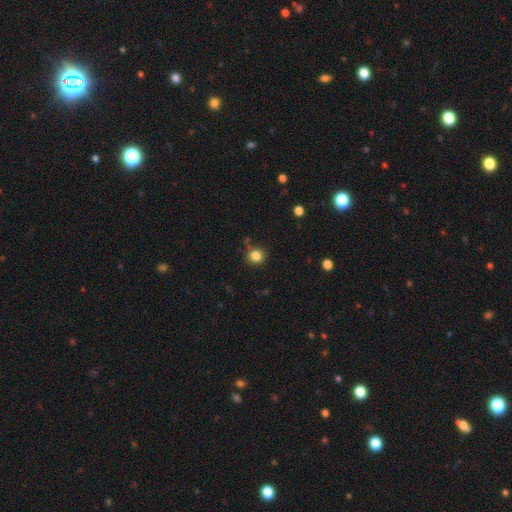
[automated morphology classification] This appears to be a smooth galaxy with no disk features (83%) that is round (92%). Merging: none (82%).